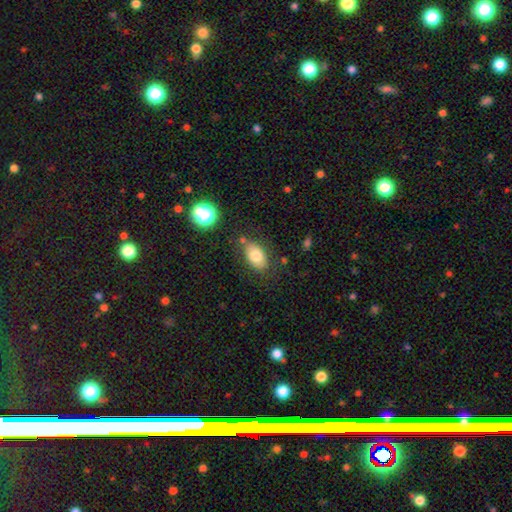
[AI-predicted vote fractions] The model was most divided on "merging": none: 74%, minor disturbance: 16%, merger: 6%, major disturbance: 5%. More confident: how rounded — in between (89%); smooth or featured — smooth (77%).